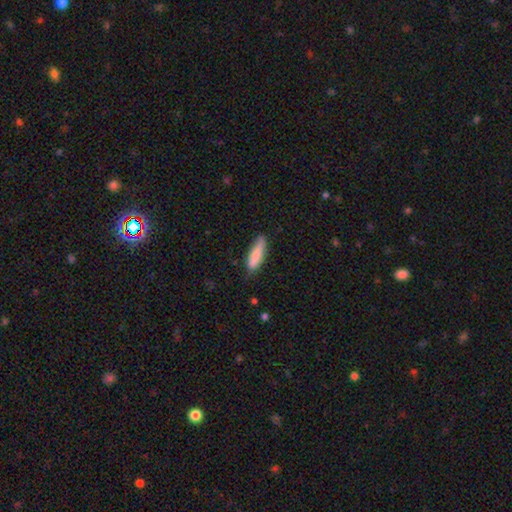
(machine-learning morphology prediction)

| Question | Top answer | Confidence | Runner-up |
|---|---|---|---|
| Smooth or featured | smooth | 81% | featured or disk (13%) |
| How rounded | cigar-shaped | 65% | in between (33%) |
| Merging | none | 73% | minor disturbance (21%) |